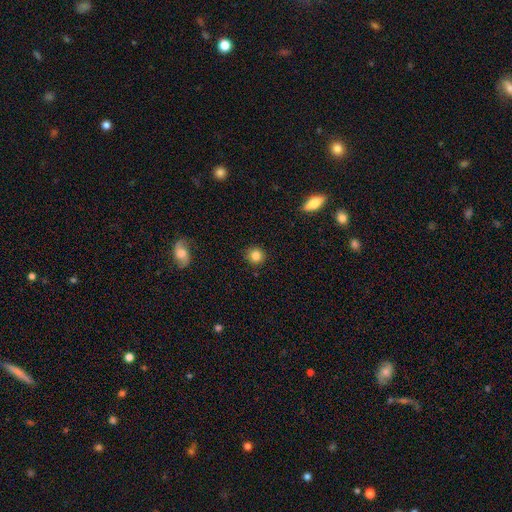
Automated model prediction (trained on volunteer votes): Smooth or featured? Predicted: smooth (p=0.83). How rounded? Predicted: round (p=0.91). Merging? Predicted: none (p=0.90).